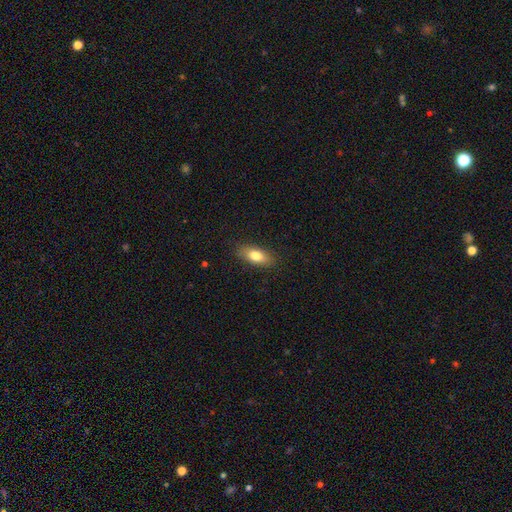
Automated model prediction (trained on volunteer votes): smooth_or_featured: smooth (p=0.79) [alt: featured or disk p=0.14]
how_rounded: in between (p=0.81) [alt: cigar-shaped p=0.14]
merging: none (p=0.86) [alt: minor disturbance p=0.11]